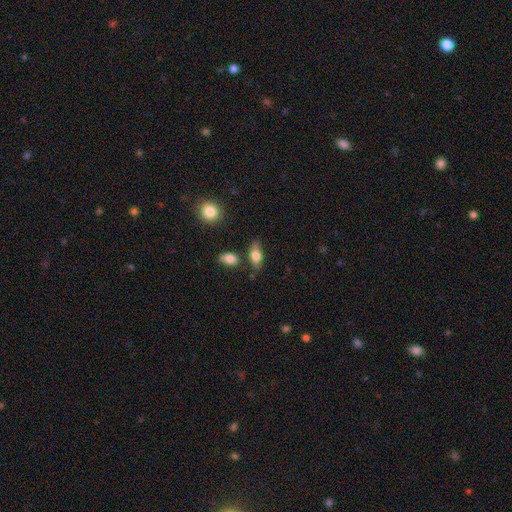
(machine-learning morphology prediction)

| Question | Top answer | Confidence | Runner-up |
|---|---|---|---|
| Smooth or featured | smooth | 72% | featured or disk (20%) |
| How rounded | in between | 82% | cigar-shaped (10%) |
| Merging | none | 67% | minor disturbance (20%) |